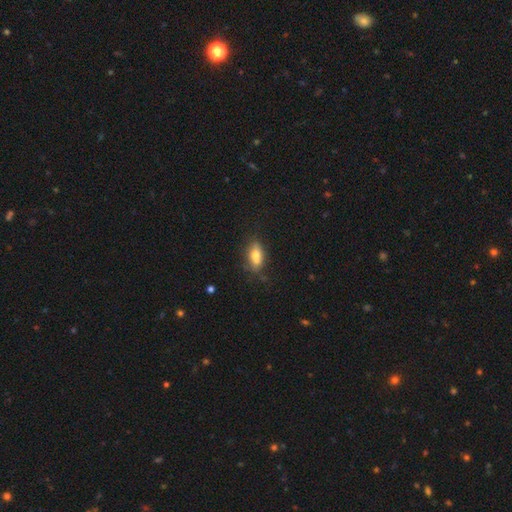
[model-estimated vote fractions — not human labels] A smooth galaxy with no disk features (68%) that is in between round and cigar-shaped (82%).

Vote fractions:
- Smooth or featured? smooth: 68% / featured or disk: 23% / star or artifact: 9%
- How rounded? in between: 82% / cigar-shaped: 13% / round: 5%
- Merging? none: 65% / minor disturbance: 22% / merger: 7% / major disturbance: 6%